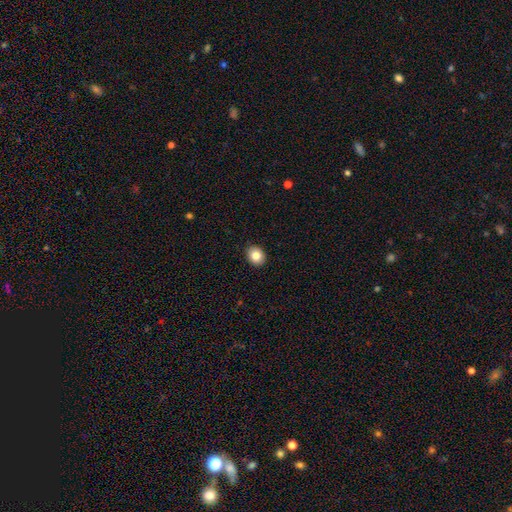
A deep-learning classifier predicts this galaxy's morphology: Overall: smooth (83%). How rounded: round (60%; in between 39%). Merging: none (91%).